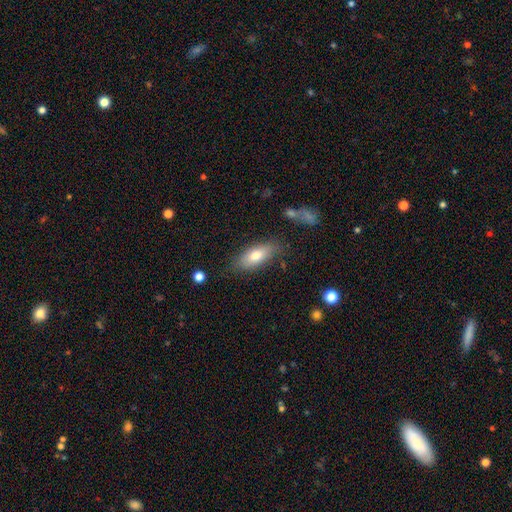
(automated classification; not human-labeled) A smooth galaxy with no disk features (75%) that is in between round and cigar-shaped (79%). Merging: none (75%).